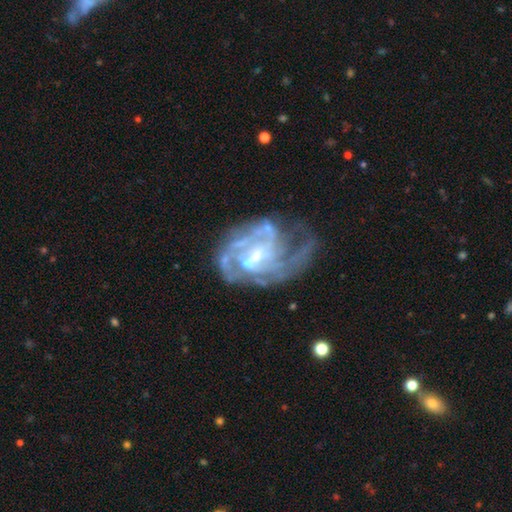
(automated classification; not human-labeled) smooth_or_featured: featured or disk (p=0.88) [alt: star or artifact p=0.06]
disk_edge_on: no (p=0.98) [alt: yes p=0.02]
bar: weak (p=0.49) [alt: no p=0.36]
has_spiral_arms: yes (p=0.91) [alt: no p=0.09]
spiral_winding: medium (p=0.46) [alt: tight p=0.37]
spiral_arm_count: can't tell (p=0.29) [alt: 3 p=0.23]
bulge_size: small (p=0.65) [alt: moderate p=0.27]
merging: none (p=0.44) [alt: major disturbance p=0.30]